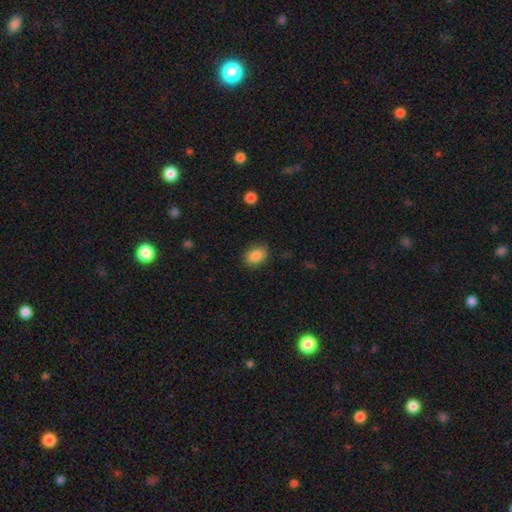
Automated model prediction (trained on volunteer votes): This appears to be a smooth galaxy with no disk features (87%) that is in between round and cigar-shaped (69%). Merging: none (85%).